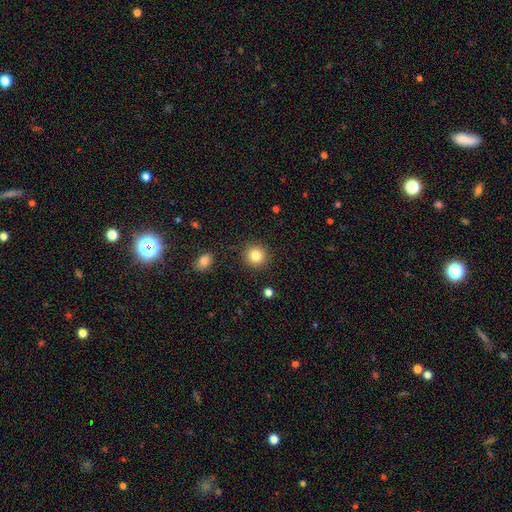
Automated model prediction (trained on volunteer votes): Smooth or featured? Predicted: smooth (p=0.84). How rounded? Predicted: round (p=0.93). Merging? Predicted: none (p=0.90).